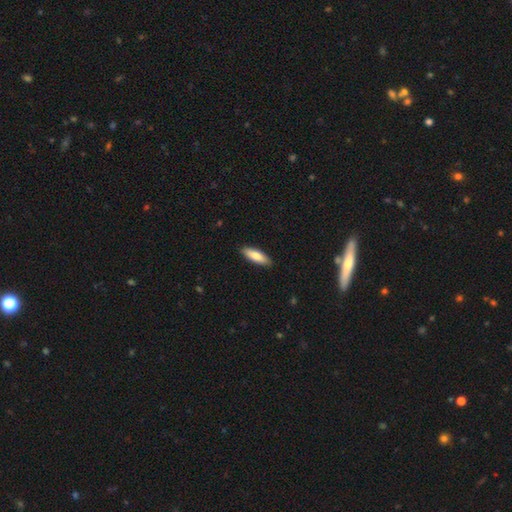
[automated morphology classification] Smooth or featured? Predicted: smooth (p=0.78). How rounded? Predicted: in between (p=0.53). Merging? Predicted: none (p=0.89).